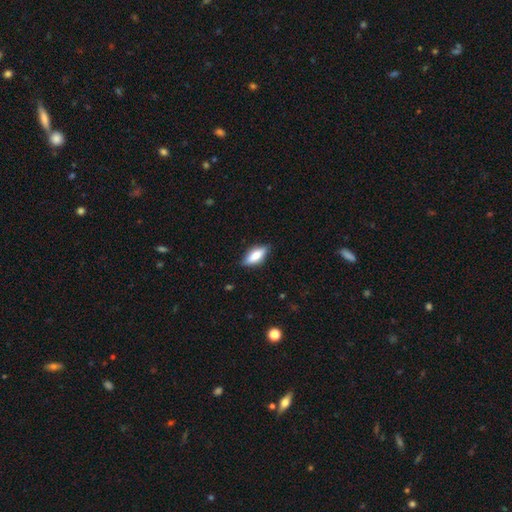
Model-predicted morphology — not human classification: The model was most divided on "smooth or featured": smooth: 66%, featured or disk: 27%, star or artifact: 7%. More confident: merging — none (83%); how rounded — in between (74%).